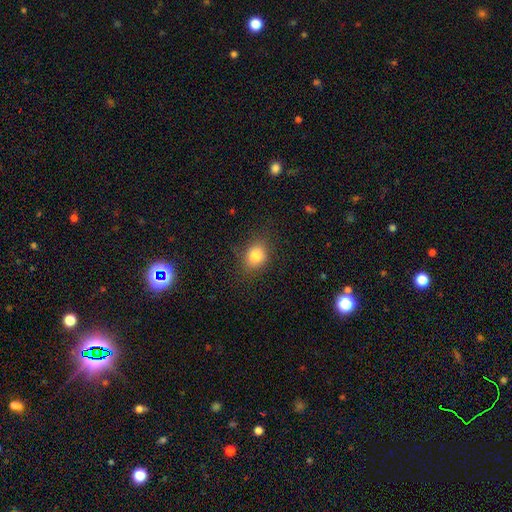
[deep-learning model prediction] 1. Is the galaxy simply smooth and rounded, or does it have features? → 82% smooth, 11% star or artifact, 7% featured or disk.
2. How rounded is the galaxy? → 58% round, 41% in between, 1% cigar-shaped.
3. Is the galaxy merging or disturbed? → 80% none, 14% minor disturbance, 5% major disturbance, 1% merger.